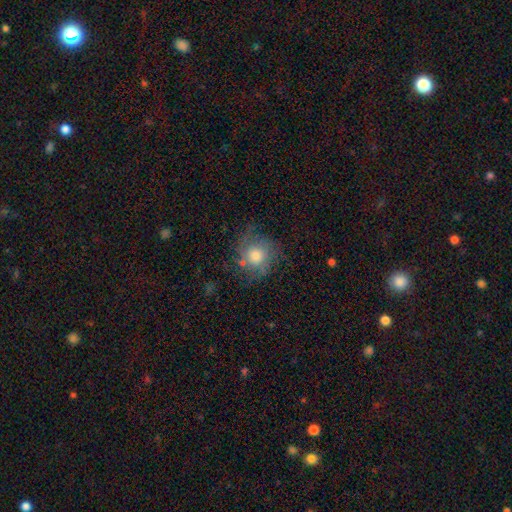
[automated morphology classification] Smooth or featured? Predicted: smooth (p=0.50). How rounded? Predicted: round (p=0.86). Merging? Predicted: none (p=0.65).